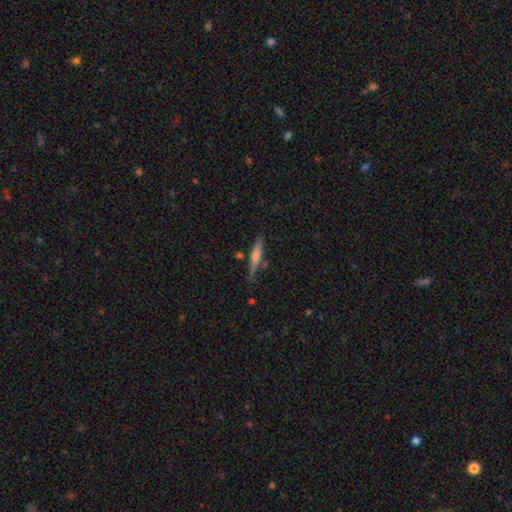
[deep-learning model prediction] Smooth or featured?
  - smooth: 51% *
  - featured or disk: 42%
  - star or artifact: 7%
How rounded?
  - cigar-shaped: 90% *
  - in between: 8%
  - round: 2%
Merging?
  - none: 76% *
  - minor disturbance: 16%
  - merger: 5%
  - major disturbance: 3%